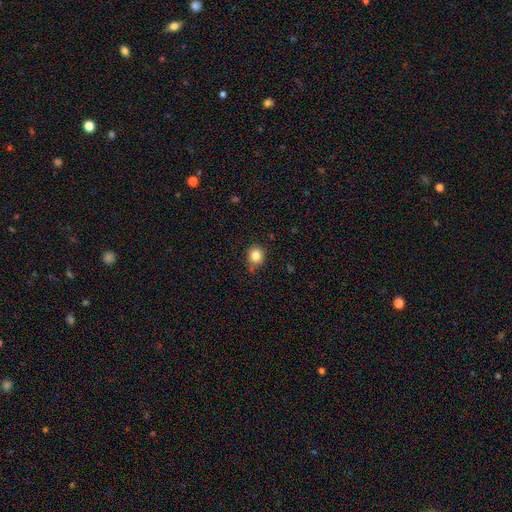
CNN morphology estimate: The model was most divided on "merging": none: 71%, minor disturbance: 22%, major disturbance: 4%, merger: 2%. More confident: smooth or featured — smooth (82%); how rounded — round (79%).